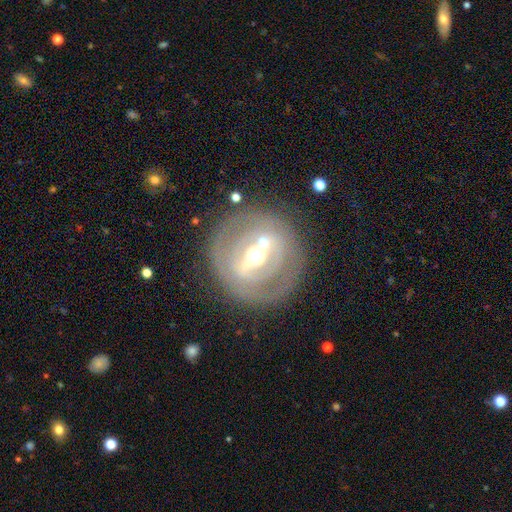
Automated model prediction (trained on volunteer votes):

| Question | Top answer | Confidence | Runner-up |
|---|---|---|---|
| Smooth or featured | featured or disk | 70% | smooth (23%) |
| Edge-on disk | no | 91% | yes (9%) |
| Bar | strong | 42% | weak (33%) |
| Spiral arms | no | 66% | yes (34%) |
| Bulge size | moderate | 68% | small (21%) |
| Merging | none | 73% | minor disturbance (13%) |